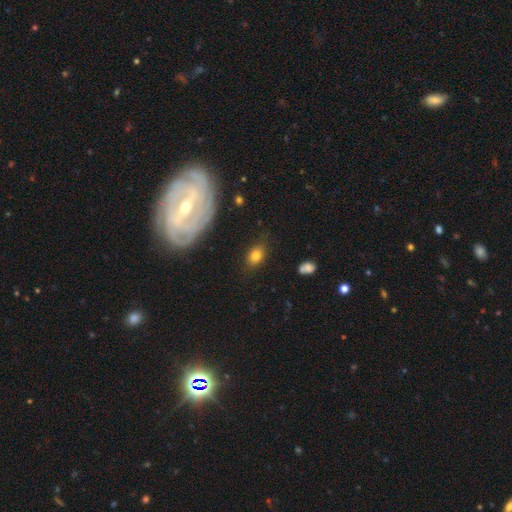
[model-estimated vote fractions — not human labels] smooth 77%, featured or disk 12%, star or artifact 11%. Down the decision tree: how rounded — in between (73%); merging — none (80%).